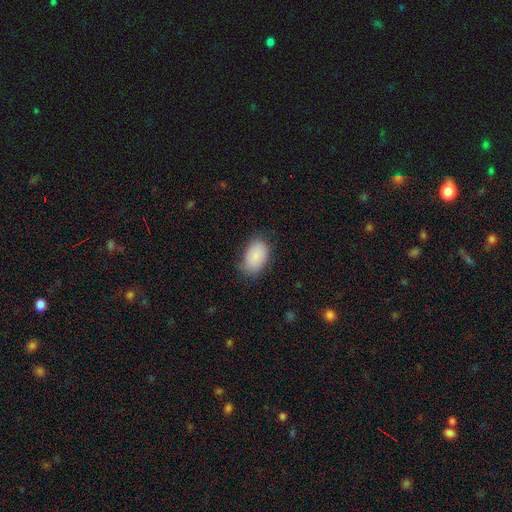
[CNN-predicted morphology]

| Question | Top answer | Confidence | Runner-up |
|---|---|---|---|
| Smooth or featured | smooth | 88% | star or artifact (6%) |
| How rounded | in between | 91% | round (7%) |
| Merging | none | 75% | minor disturbance (20%) |